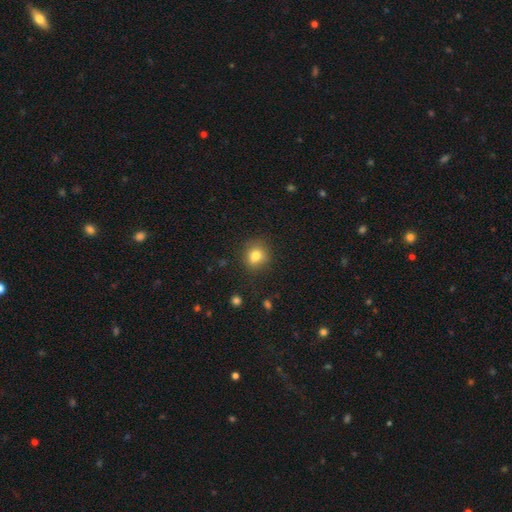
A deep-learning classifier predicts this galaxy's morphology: type=smooth (80%); roundness=round (74%); merging=none (81%).